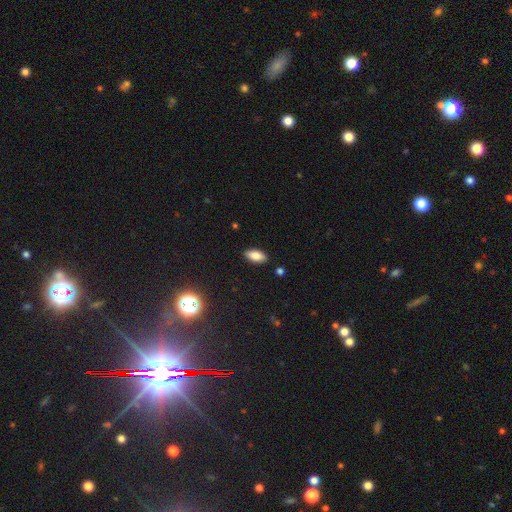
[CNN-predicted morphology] This appears to be a smooth galaxy with no disk features (80%) that is in between round and cigar-shaped (88%). Merging: none (88%).